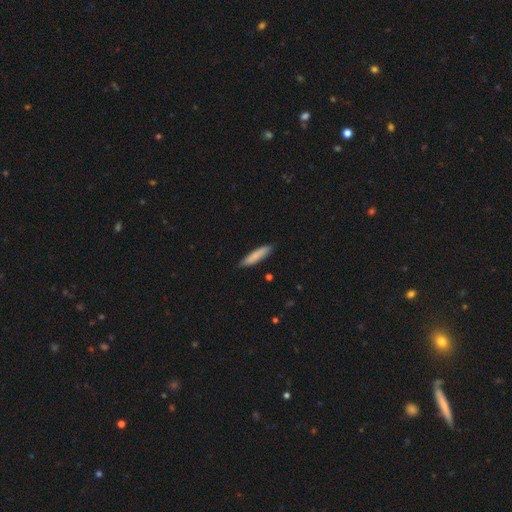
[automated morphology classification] A smooth galaxy with no disk features (83%) that is cigar-shaped (81%).

Vote fractions:
- Smooth or featured? smooth: 83% / featured or disk: 11% / star or artifact: 6%
- How rounded? cigar-shaped: 81% / in between: 18% / round: 1%
- Merging? none: 86% / minor disturbance: 11% / major disturbance: 2% / merger: 1%